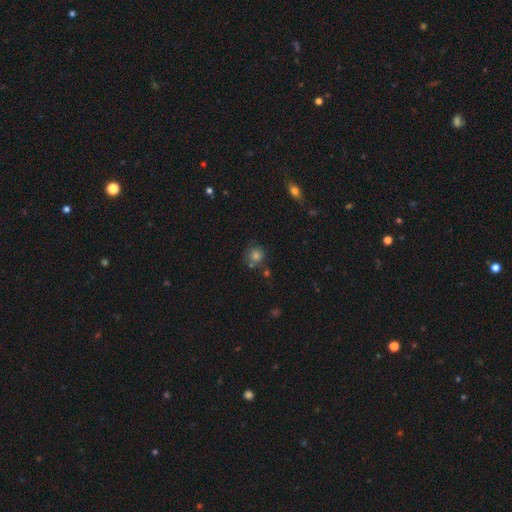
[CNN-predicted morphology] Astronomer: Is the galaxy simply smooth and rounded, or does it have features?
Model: smooth — 72%.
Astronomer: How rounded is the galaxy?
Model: round — 88%.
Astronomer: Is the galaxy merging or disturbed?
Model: none — 71%.